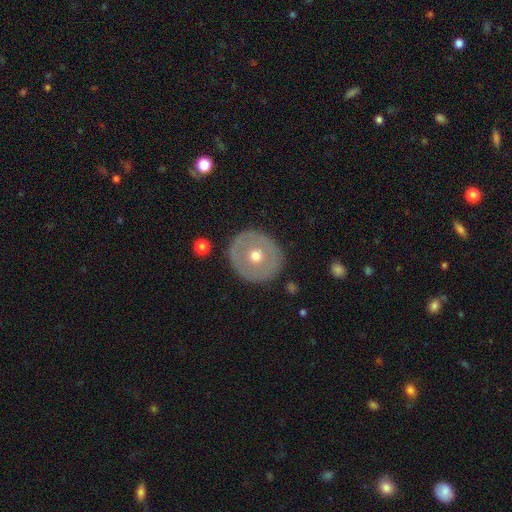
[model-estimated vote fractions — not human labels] Q: Smooth or featured?
A: featured or disk (47%); tied with: smooth (47%)
Q: Merging?
A: none (87%); runner-up: minor disturbance (9%)